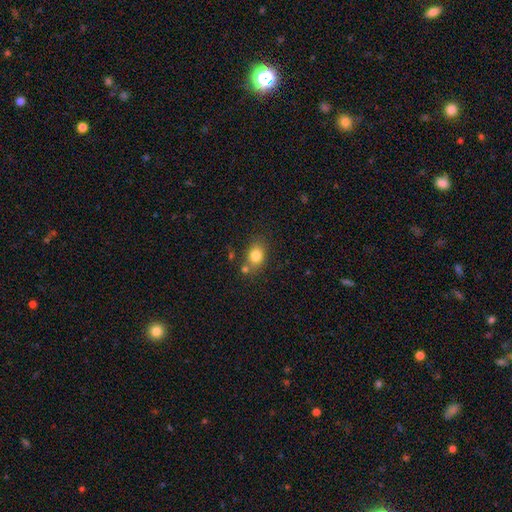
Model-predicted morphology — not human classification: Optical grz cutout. It shows a smooth galaxy with no disk features (80%) that is in between round and cigar-shaped (60%). Merging: none (67%).